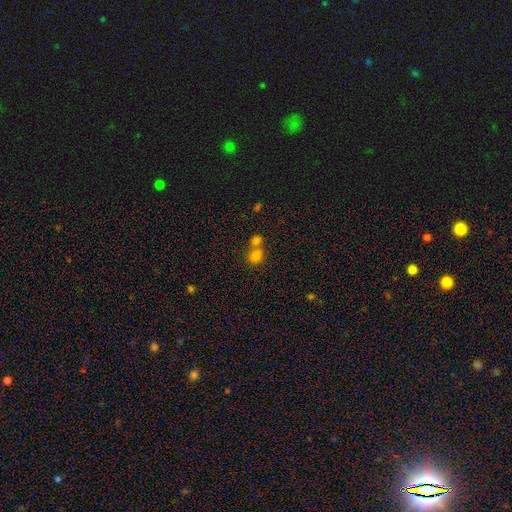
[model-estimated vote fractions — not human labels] Morphology: type=smooth (79%); roundness=round (55%); merging=merger (53%).